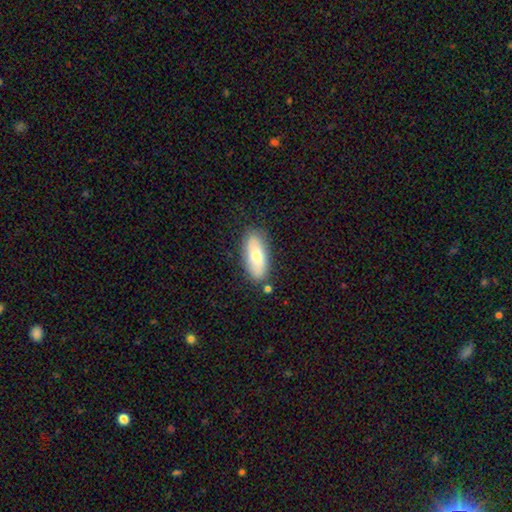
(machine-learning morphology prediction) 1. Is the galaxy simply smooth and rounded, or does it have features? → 67% smooth, 26% featured or disk, 6% star or artifact.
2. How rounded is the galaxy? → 85% in between, 12% cigar-shaped, 3% round.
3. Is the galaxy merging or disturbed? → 82% none, 12% minor disturbance, 3% merger, 3% major disturbance.